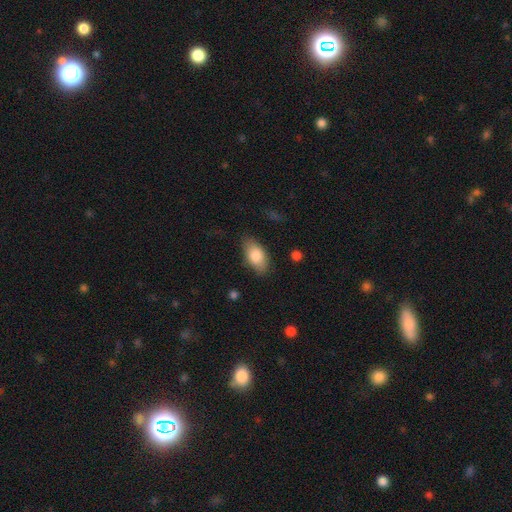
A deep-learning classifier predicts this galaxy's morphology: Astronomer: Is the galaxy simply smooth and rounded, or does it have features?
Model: smooth — 82%.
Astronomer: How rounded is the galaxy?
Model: in between — 92%.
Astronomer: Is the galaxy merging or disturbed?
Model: none — 80%.